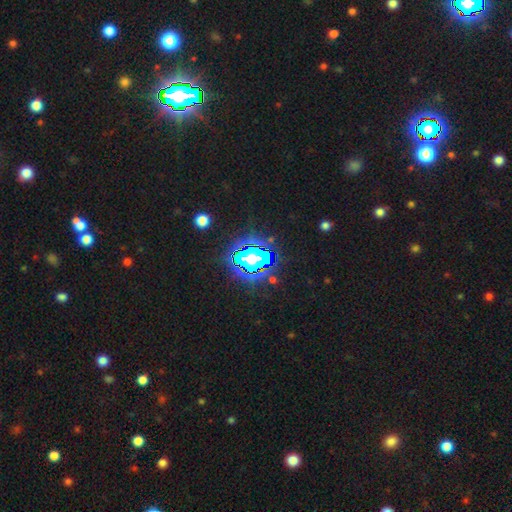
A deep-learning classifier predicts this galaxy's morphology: smooth_or_featured: star or artifact (p=0.76) [alt: smooth p=0.14]